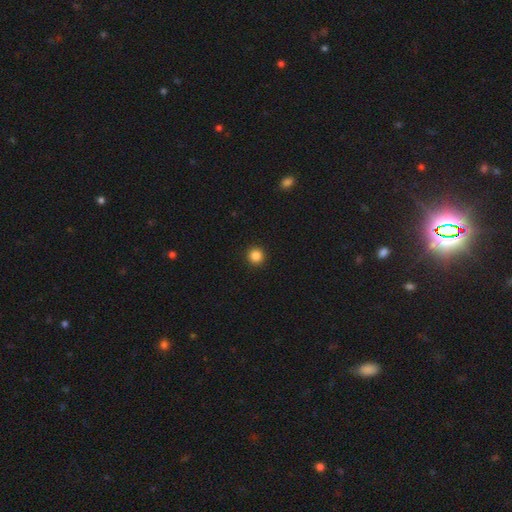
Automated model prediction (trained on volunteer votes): The model was most divided on "smooth or featured": smooth: 86%, star or artifact: 11%, featured or disk: 3%. More confident: how rounded — round (96%); merging — none (94%).